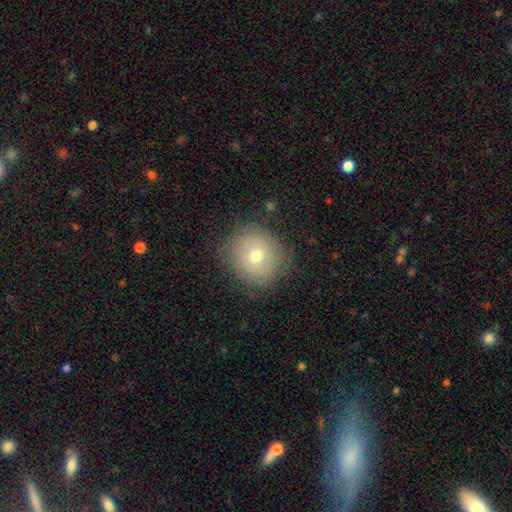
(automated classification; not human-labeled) This is likely a smooth galaxy (64%). How rounded: clearly round (87%). Merging: clearly none (82%).